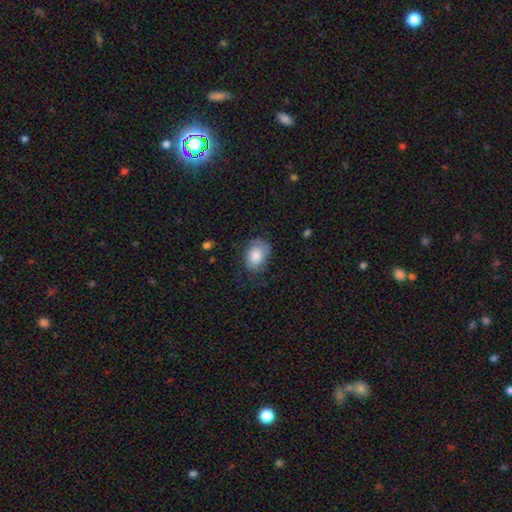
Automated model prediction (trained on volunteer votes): Smooth or featured?
  - smooth: 70% *
  - featured or disk: 23%
  - star or artifact: 8%
How rounded?
  - in between: 72% *
  - round: 27%
  - cigar-shaped: 1%
Merging?
  - none: 58% *
  - minor disturbance: 28%
  - major disturbance: 13%
  - merger: 1%